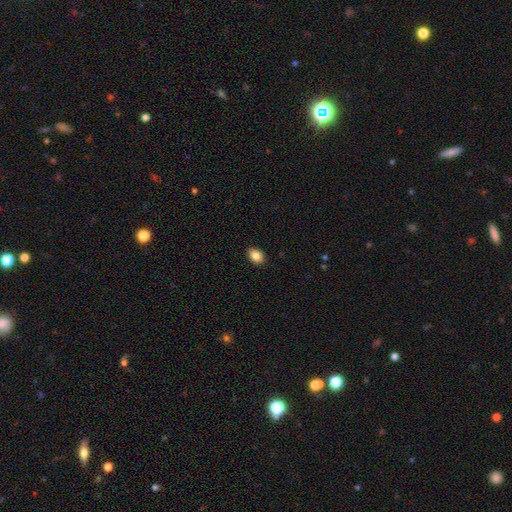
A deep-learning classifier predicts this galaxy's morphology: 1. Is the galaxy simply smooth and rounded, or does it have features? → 86% smooth, 8% star or artifact, 5% featured or disk.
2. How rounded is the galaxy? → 78% in between, 21% round, 1% cigar-shaped.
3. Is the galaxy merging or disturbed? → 91% none, 7% minor disturbance, 2% major disturbance, 1% merger.